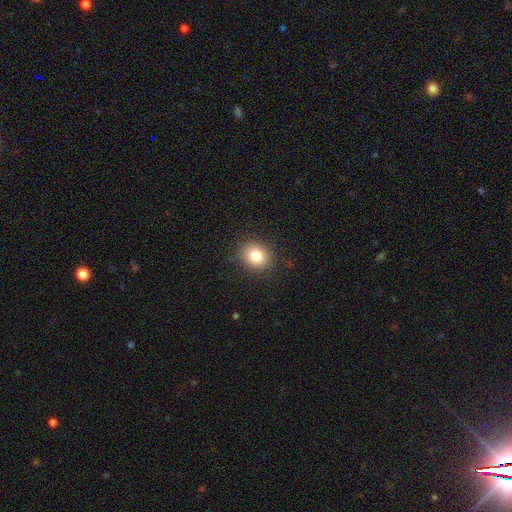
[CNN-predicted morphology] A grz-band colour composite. It shows a smooth galaxy with no disk features (81%) that is round (73%). Merging: none (87%).